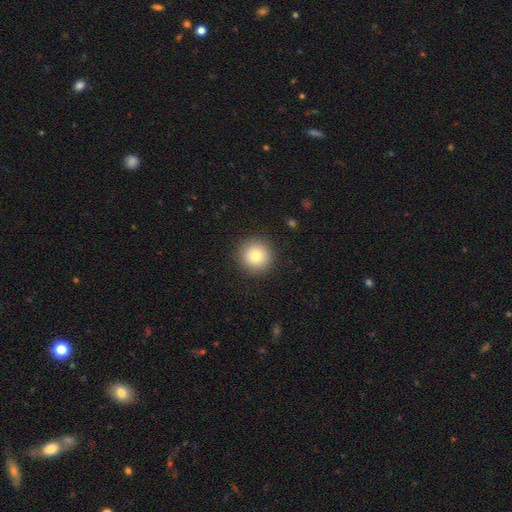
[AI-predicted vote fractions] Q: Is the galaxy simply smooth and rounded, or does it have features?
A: smooth — 79%.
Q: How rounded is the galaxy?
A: round — 96%.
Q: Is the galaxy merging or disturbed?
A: none — 91%.